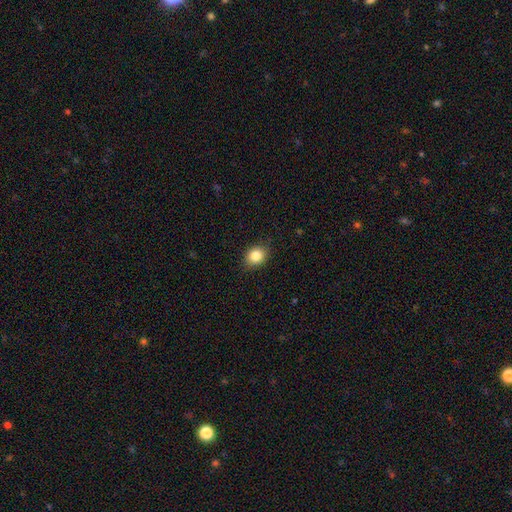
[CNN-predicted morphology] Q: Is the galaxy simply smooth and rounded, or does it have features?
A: smooth — 84%.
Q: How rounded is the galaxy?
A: round — 50%.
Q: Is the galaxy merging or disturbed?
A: none — 86%.